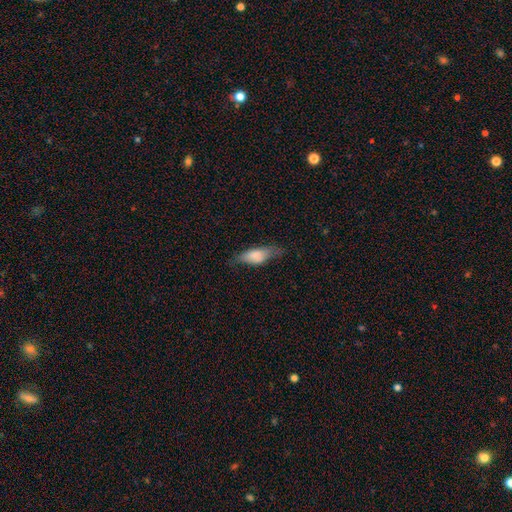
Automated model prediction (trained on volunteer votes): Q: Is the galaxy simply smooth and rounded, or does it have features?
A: smooth — 72%.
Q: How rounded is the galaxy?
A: in between — 70%.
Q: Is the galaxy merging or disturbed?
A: none — 59%.